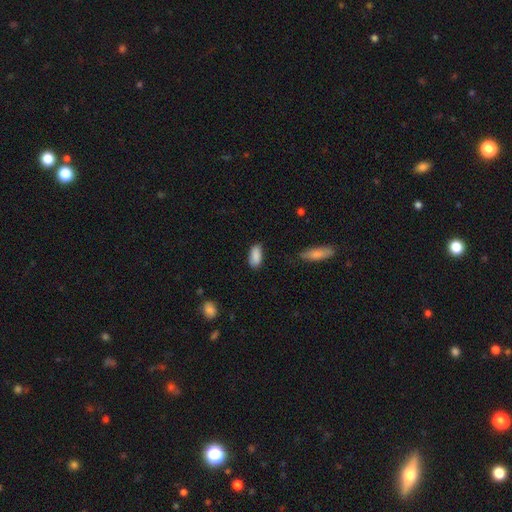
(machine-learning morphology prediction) This appears to be a smooth galaxy with no disk features (89%) that is in between round and cigar-shaped (89%). Merging: none (81%).